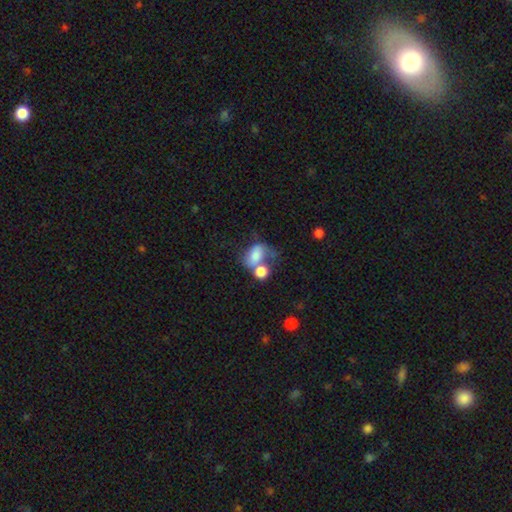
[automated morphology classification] Smooth or featured: smooth — 67% (featured or disk — 23%)
How rounded: in between — 75% (round — 23%)
Merging: merger — 49% (none — 22%)